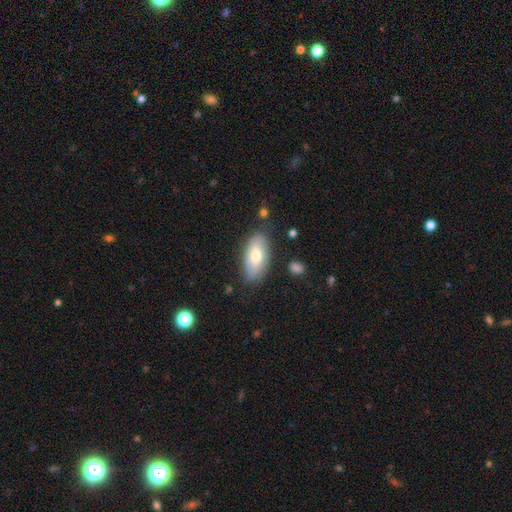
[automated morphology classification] Smooth or featured?
  - smooth: 68% *
  - featured or disk: 25%
  - star or artifact: 7%
How rounded?
  - in between: 91% *
  - cigar-shaped: 6%
  - round: 3%
Merging?
  - none: 79% *
  - minor disturbance: 15%
  - major disturbance: 3%
  - merger: 2%